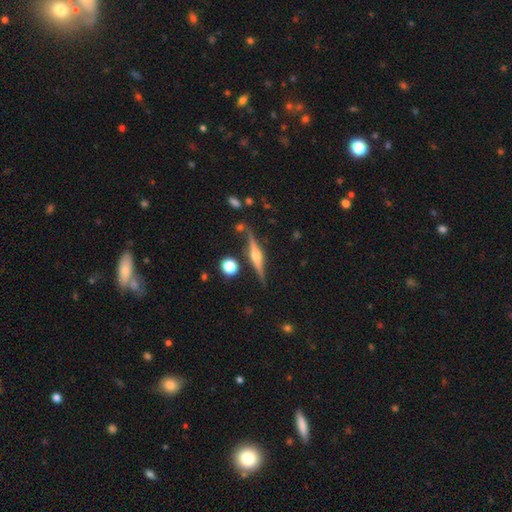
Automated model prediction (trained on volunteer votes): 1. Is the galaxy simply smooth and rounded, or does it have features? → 81% featured or disk, 13% smooth, 7% star or artifact.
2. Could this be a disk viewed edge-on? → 97% yes, 3% no.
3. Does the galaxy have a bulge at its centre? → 91% rounded, 7% boxy, 3% none.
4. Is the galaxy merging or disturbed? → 83% none, 10% minor disturbance, 4% merger, 3% major disturbance.